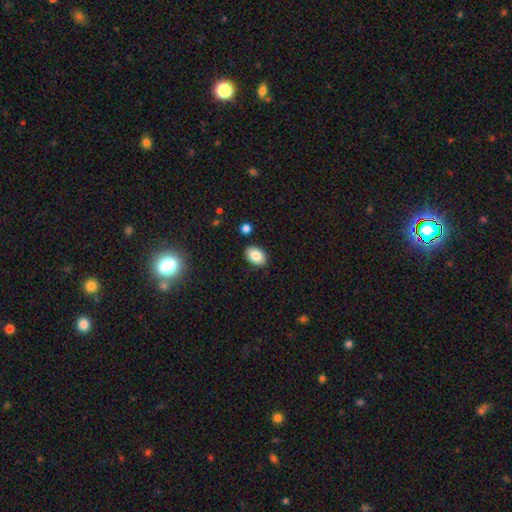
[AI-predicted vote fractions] This appears to be a smooth galaxy with no disk features (84%) that is in between round and cigar-shaped (86%). Merging: none (86%).